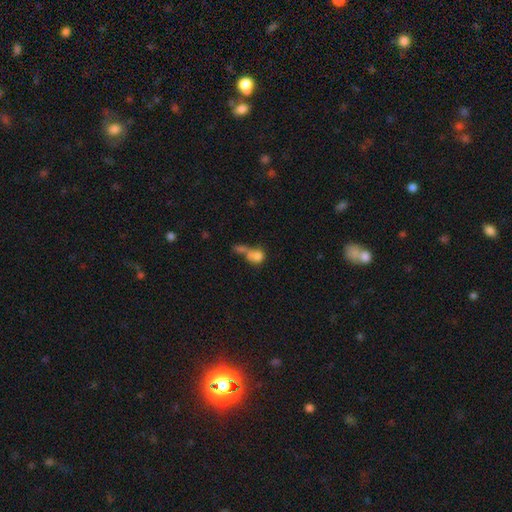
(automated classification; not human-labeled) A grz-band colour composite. It shows a smooth galaxy with no disk features (75%) that is round (64%). Merging: merger (55%).